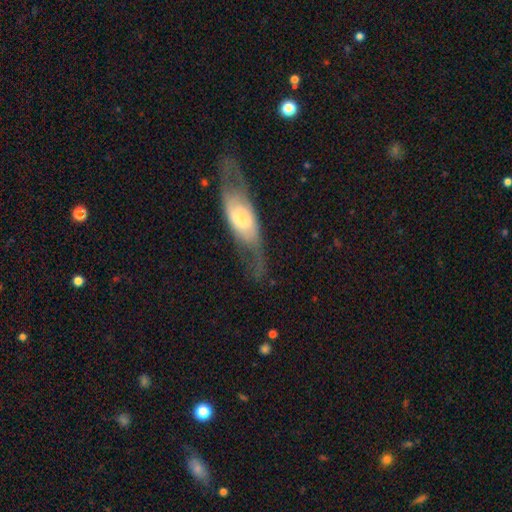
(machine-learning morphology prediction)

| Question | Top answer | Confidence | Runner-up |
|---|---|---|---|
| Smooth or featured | featured or disk | 70% | smooth (22%) |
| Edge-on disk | no | 61% | yes (39%) |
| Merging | none | 70% | minor disturbance (18%) |